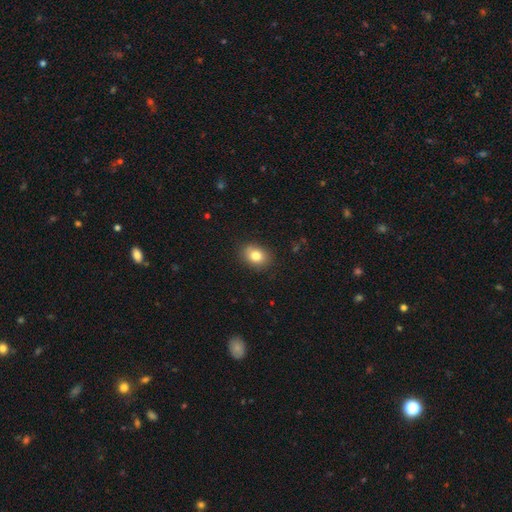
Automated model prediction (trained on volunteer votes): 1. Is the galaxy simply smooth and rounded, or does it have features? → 82% smooth, 9% featured or disk, 9% star or artifact.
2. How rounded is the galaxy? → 66% in between, 33% round, 1% cigar-shaped.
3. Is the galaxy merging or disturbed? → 86% none, 10% minor disturbance, 2% major disturbance, 1% merger.